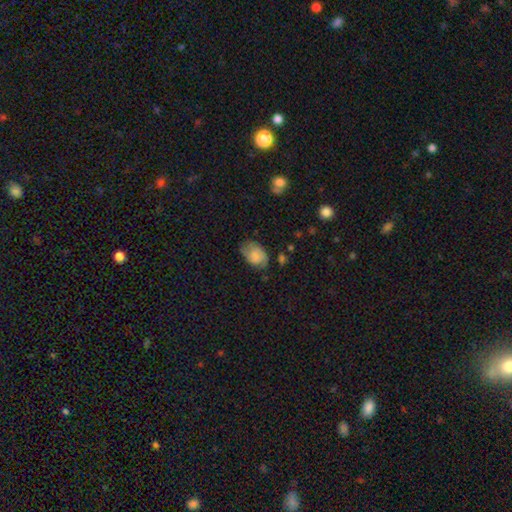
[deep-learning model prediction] A smooth galaxy with no disk features (68%) that is in between round and cigar-shaped (84%). Merging: none (56%).